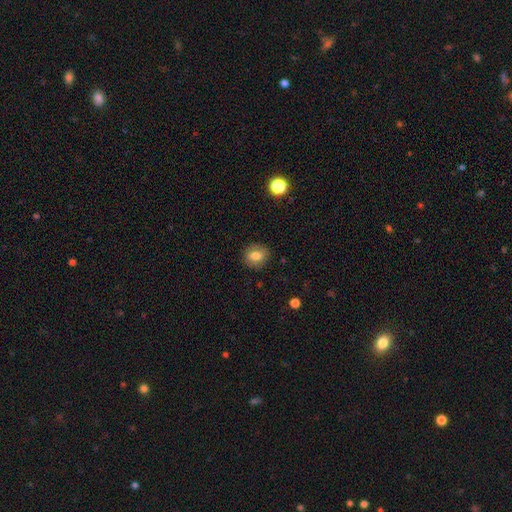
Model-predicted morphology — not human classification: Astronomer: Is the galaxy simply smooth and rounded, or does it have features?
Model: smooth — 76%.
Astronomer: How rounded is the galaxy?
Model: round — 68%.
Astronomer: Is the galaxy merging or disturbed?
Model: none — 87%.